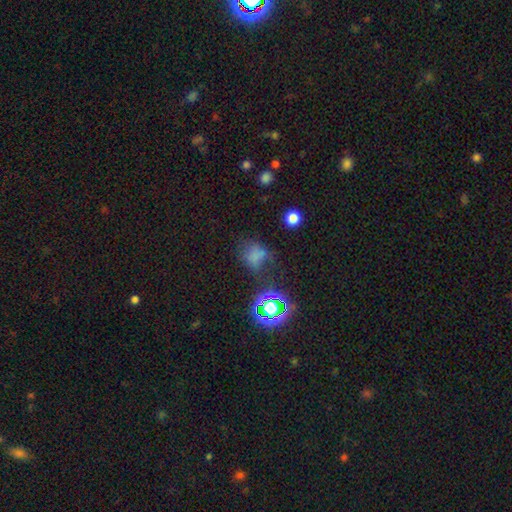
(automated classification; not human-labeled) This is possibly a smooth galaxy (55%). How rounded: possibly in between (50%). Merging: marginally none (44%).